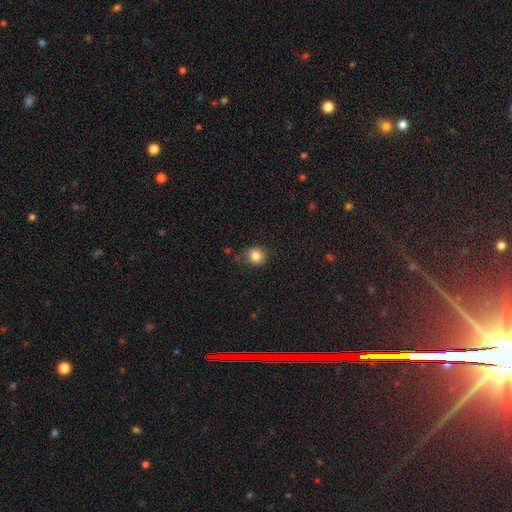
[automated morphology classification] Q: Smooth or featured?
A: smooth (84%); runner-up: star or artifact (11%)
Q: How rounded?
A: round (88%); runner-up: in between (12%)
Q: Merging?
A: none (82%); runner-up: minor disturbance (13%)